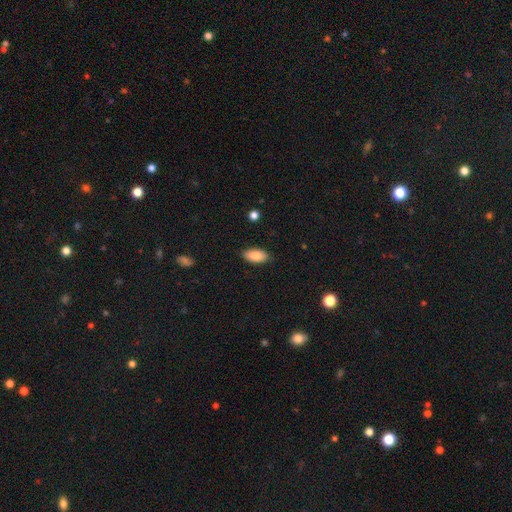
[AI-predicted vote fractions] Smooth or featured? Predicted: smooth (p=0.87). How rounded? Predicted: in between (p=0.93). Merging? Predicted: none (p=0.85).